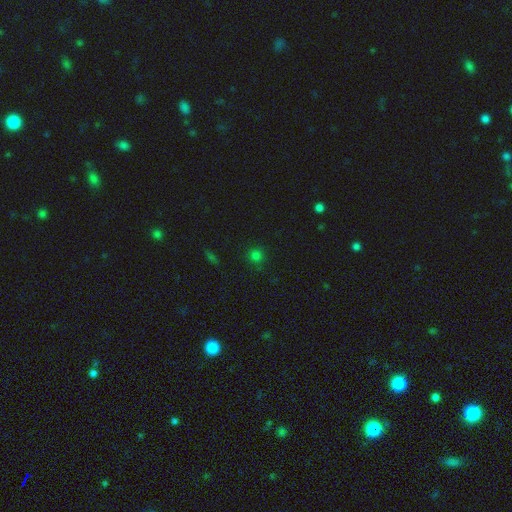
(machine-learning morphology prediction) Q: Smooth or featured?
A: smooth (74%); runner-up: star or artifact (21%)
Q: How rounded?
A: round (92%); runner-up: in between (7%)
Q: Merging?
A: none (86%); runner-up: minor disturbance (9%)